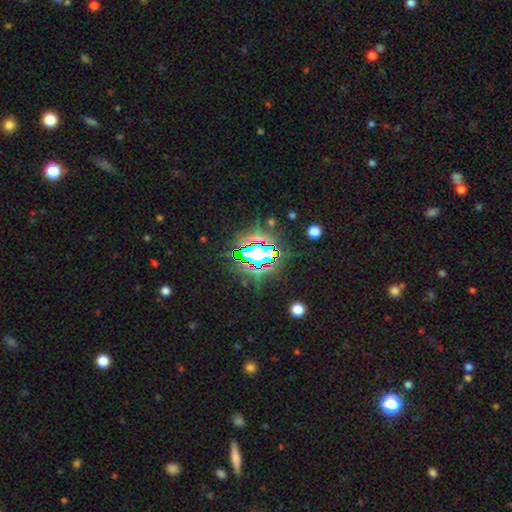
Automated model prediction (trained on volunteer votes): Smooth or featured?
  - star or artifact: 79% *
  - smooth: 12%
  - featured or disk: 9%